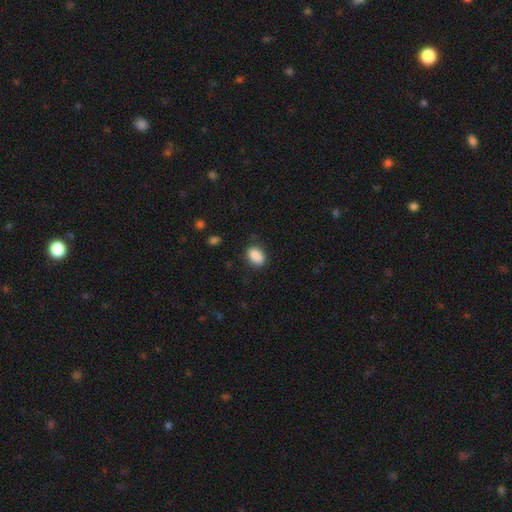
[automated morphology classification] smooth-or-featured: smooth: 89% | star or artifact: 8% | featured or disk: 4%
  how-rounded: in between: 83% | round: 15% | cigar-shaped: 2%
  merging: none: 82% | minor disturbance: 13% | major disturbance: 3% | merger: 1%